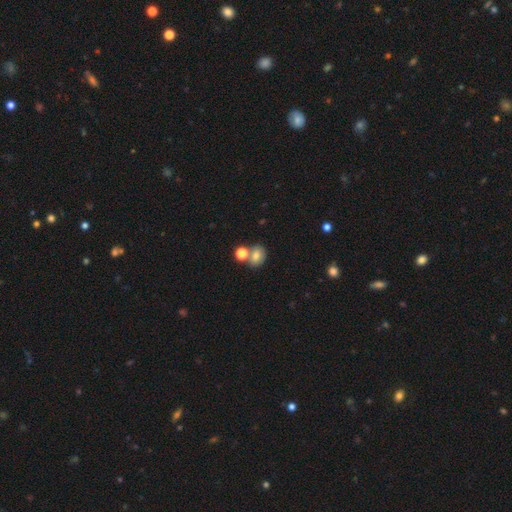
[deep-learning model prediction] Smooth or featured? Predicted: smooth (p=0.76). How rounded? Predicted: in between (p=0.50). Merging? Predicted: none (p=0.51).